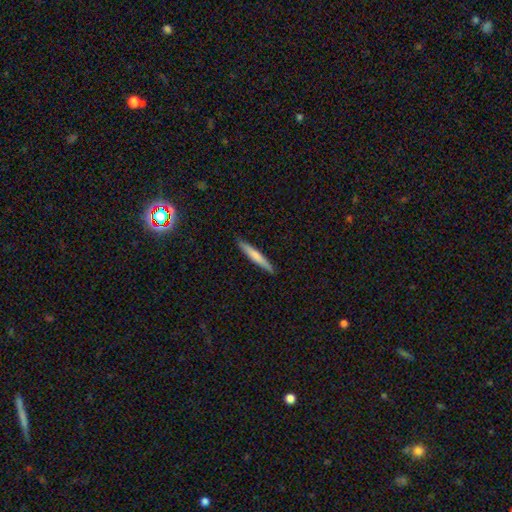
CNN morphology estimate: Overall: smooth (70%). How rounded: cigar-shaped (95%). Merging: none (91%).